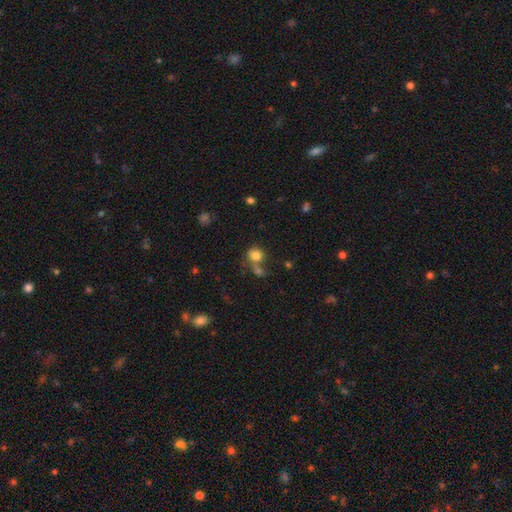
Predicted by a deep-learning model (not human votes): Smooth or featured? smooth (80%)
How rounded? round (76%)
Merging? none (51%)